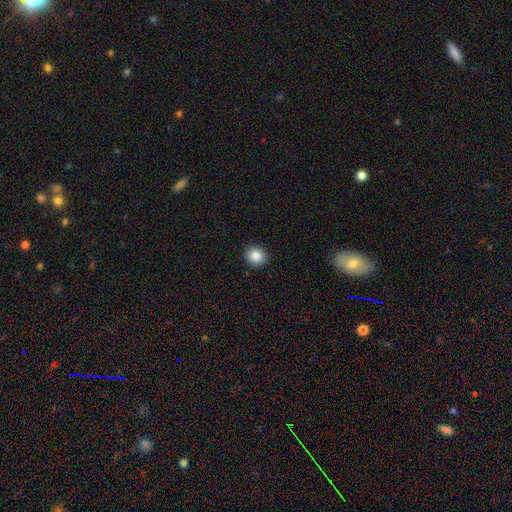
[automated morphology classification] Smooth or featured? Predicted: smooth (p=0.86). How rounded? Predicted: round (p=0.77). Merging? Predicted: none (p=0.91).